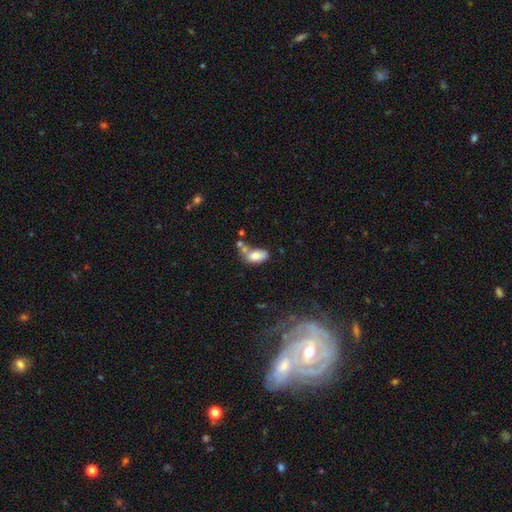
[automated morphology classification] smooth_or_featured: smooth (p=0.76) [alt: featured or disk p=0.15]
how_rounded: in between (p=0.91) [alt: round p=0.05]
merging: merger (p=0.35) [alt: none p=0.29]